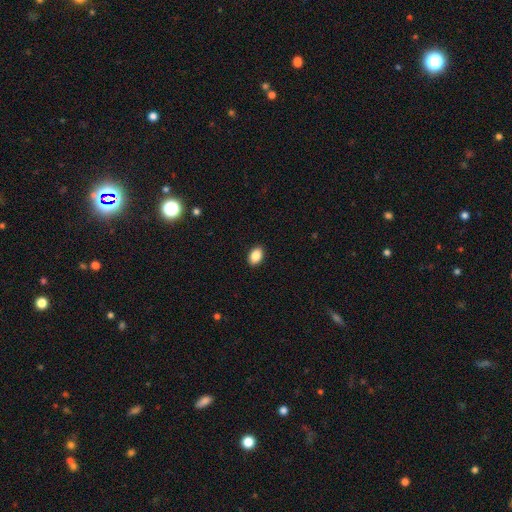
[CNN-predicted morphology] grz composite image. It shows a smooth galaxy with no disk features (88%) that is in between round and cigar-shaped (85%). Merging: none (91%).